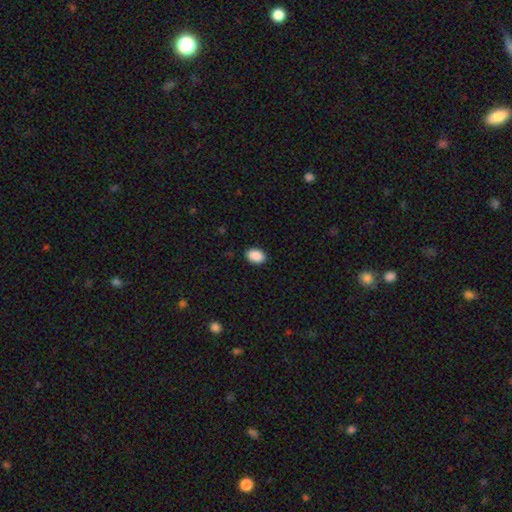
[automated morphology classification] smooth_or_featured: smooth (p=0.90) [alt: star or artifact p=0.07]
how_rounded: in between (p=0.82) [alt: round p=0.17]
merging: none (p=0.89) [alt: minor disturbance p=0.09]